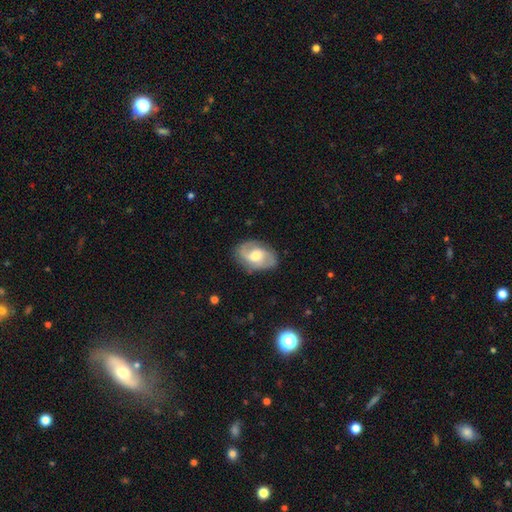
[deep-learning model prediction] The model was most divided on "bar": no: 51%, weak: 41%, strong: 8%. Remaining: edge-on disk — no (96%); spiral arms — yes (90%); spiral arm count — 2 (78%); merging — none (77%); smooth or featured — featured or disk (72%); bulge size — moderate (69%); spiral winding — medium (47%).